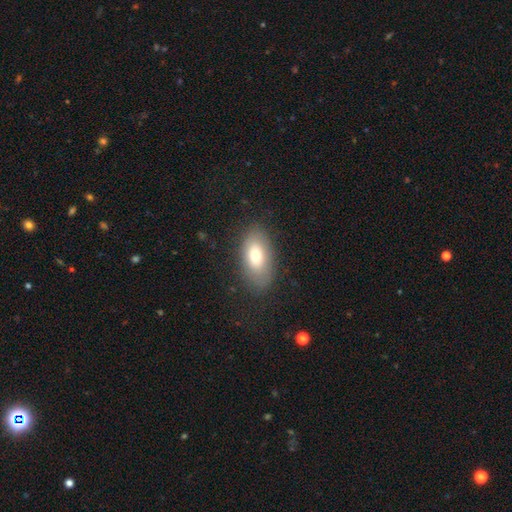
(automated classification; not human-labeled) Smooth or featured? Predicted: smooth (p=0.70). How rounded? Predicted: in between (p=0.91). Merging? Predicted: none (p=0.79).